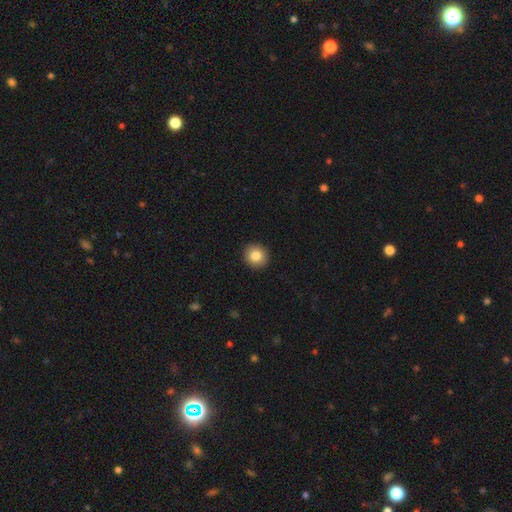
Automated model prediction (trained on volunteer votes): Smooth or featured? smooth (84%)
How rounded? round (91%)
Merging? none (93%)